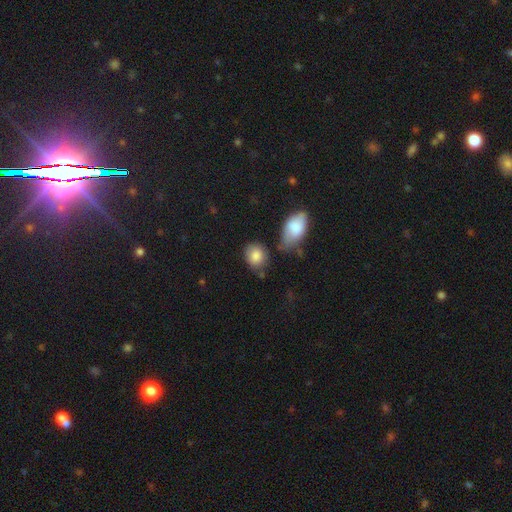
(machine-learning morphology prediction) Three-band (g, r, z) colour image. It shows a smooth galaxy with no disk features (85%) that is round (53%). Merging: none (63%).